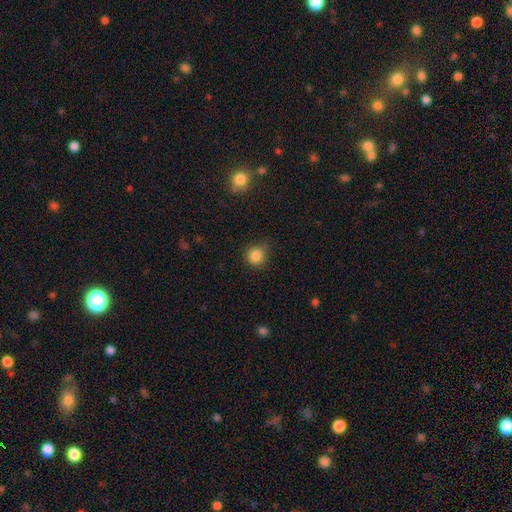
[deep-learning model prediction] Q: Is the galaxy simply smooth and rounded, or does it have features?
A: smooth — 84%.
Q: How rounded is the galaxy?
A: round — 89%.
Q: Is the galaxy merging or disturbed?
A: none — 76%.